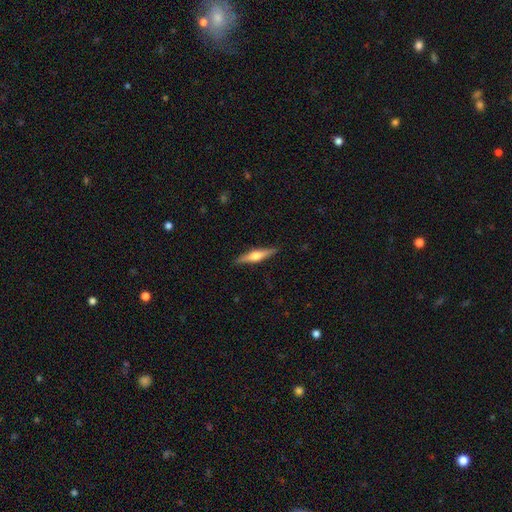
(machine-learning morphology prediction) smooth_or_featured: featured or disk (p=0.68) [alt: smooth p=0.27]
disk_edge_on: yes (p=0.97) [alt: no p=0.03]
edge_on_bulge: rounded (p=0.93) [alt: boxy p=0.04]
merging: none (p=0.90) [alt: minor disturbance p=0.07]